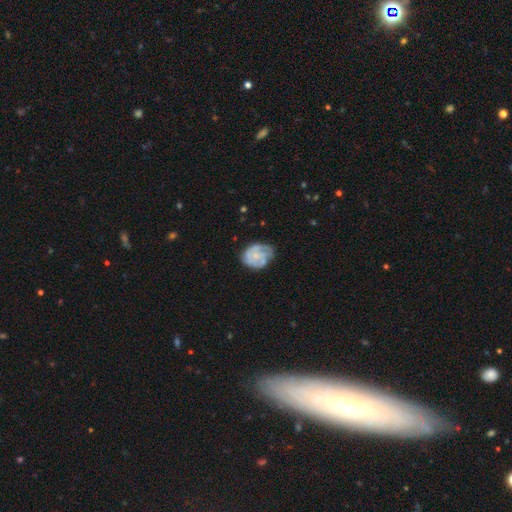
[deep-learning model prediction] Q: Smooth or featured?
A: featured or disk (60%); runner-up: smooth (33%)
Q: Edge-on disk?
A: no (98%); runner-up: yes (2%)
Q: Bar?
A: no (81%); runner-up: weak (17%)
Q: Spiral arms?
A: yes (72%); runner-up: no (28%)
Q: Bulge size?
A: small (58%); runner-up: moderate (20%)
Q: Merging?
A: none (53%); runner-up: minor disturbance (31%)